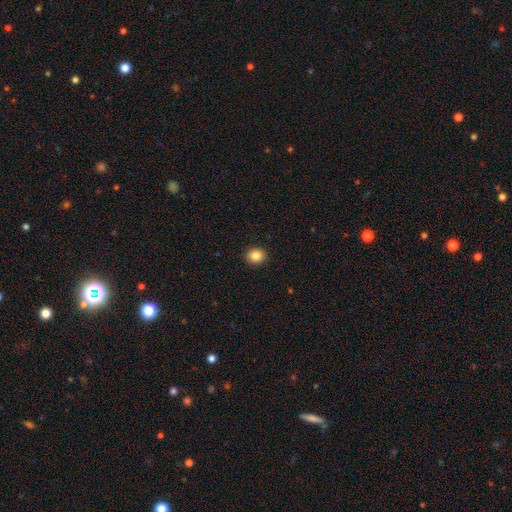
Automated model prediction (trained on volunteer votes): Morphology: type=smooth (86%); roundness=round (79%); merging=none (92%).